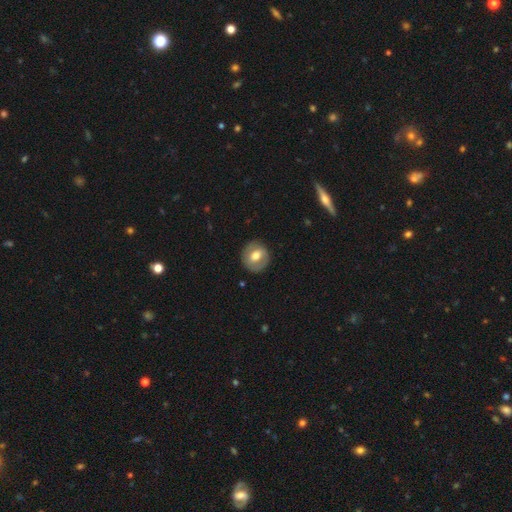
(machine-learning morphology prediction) The model was most divided on "smooth or featured": smooth: 55%, featured or disk: 38%, star or artifact: 7%. More confident: merging — none (86%); how rounded — round (81%).